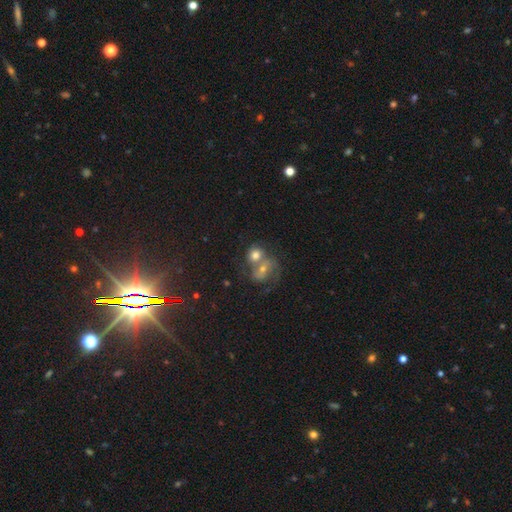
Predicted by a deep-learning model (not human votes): smooth-or-featured: smooth: 55% | featured or disk: 33% | star or artifact: 12%
  how-rounded: round: 66% | in between: 32% | cigar-shaped: 1%
  merging: merger: 62% | none: 24% | minor disturbance: 8% | major disturbance: 6%